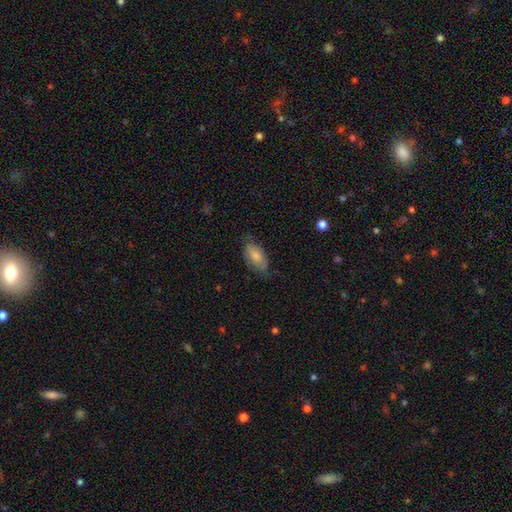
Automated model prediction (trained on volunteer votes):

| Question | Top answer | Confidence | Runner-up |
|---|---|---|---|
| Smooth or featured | smooth | 77% | featured or disk (17%) |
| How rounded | in between | 92% | cigar-shaped (6%) |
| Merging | none | 67% | minor disturbance (26%) |